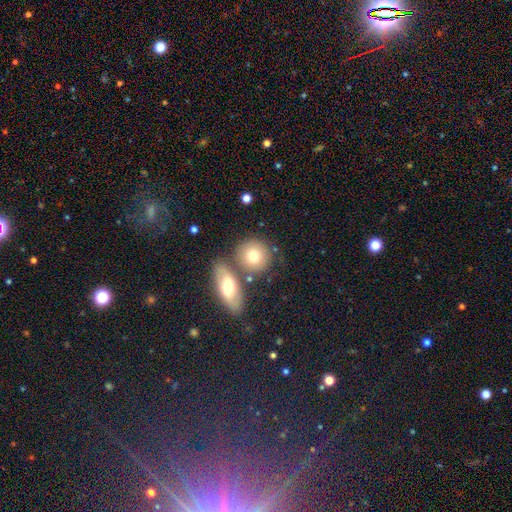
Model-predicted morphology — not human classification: smooth 74%, featured or disk 18%, star or artifact 8%. Down the decision tree: how rounded — round (79%); merging — none (65%).